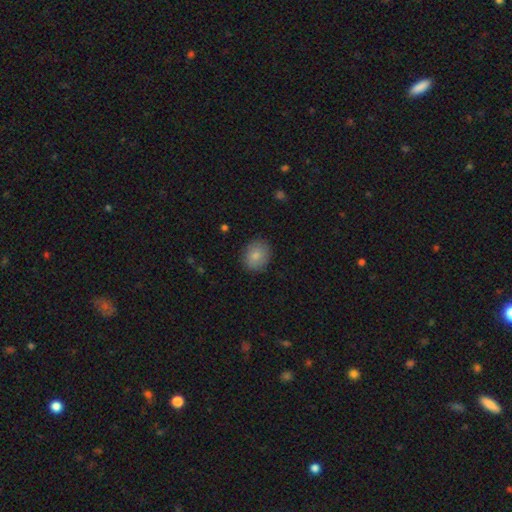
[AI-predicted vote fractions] Smooth or featured? Predicted: smooth (p=0.84). How rounded? Predicted: round (p=0.61). Merging? Predicted: none (p=0.86).